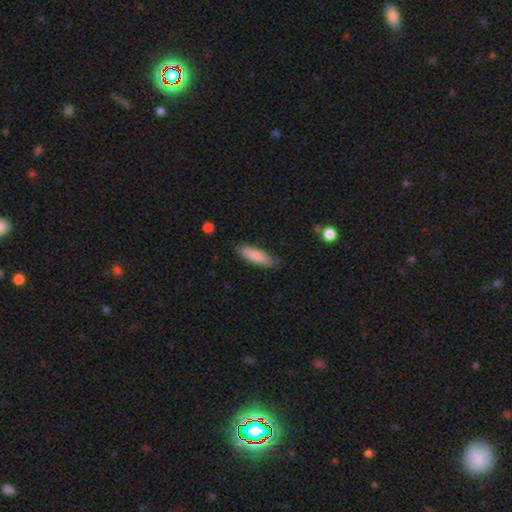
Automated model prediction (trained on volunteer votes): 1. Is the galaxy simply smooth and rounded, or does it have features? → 83% smooth, 11% featured or disk, 6% star or artifact.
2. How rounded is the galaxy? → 55% cigar-shaped, 44% in between, 2% round.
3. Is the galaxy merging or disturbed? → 82% none, 14% minor disturbance, 2% major disturbance, 1% merger.